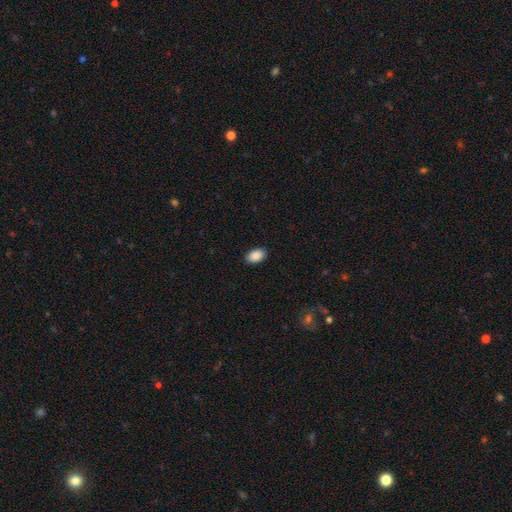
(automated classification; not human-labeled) The model was most divided on "merging": none: 89%, minor disturbance: 8%, major disturbance: 2%, merger: 1%. More confident: how rounded — in between (92%); smooth or featured — smooth (90%).